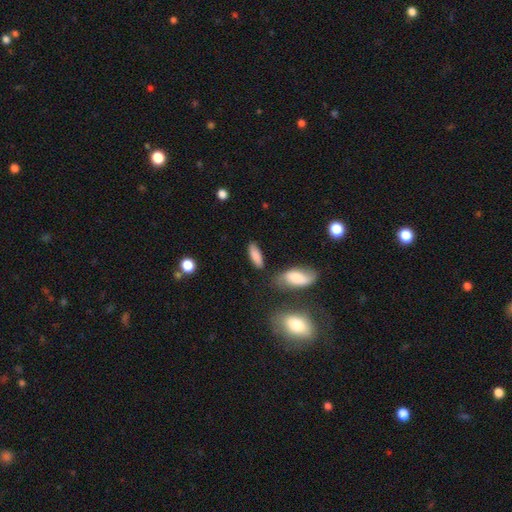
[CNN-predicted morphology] Smooth or featured? smooth (83%)
How rounded? in between (60%)
Merging? none (78%)